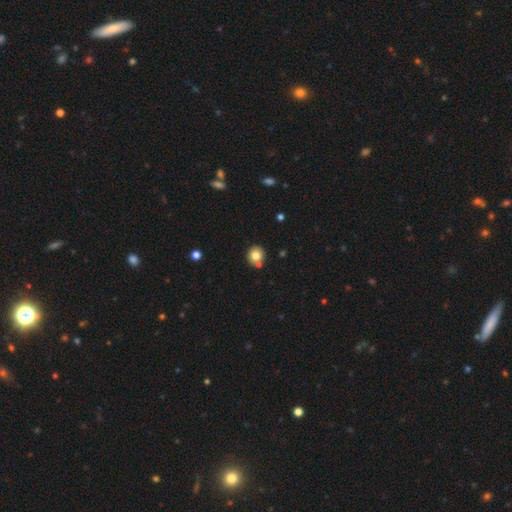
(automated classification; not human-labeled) Smooth or featured: smooth — 80% (star or artifact — 11%)
How rounded: round — 86% (in between — 13%)
Merging: none — 74% (merger — 13%)